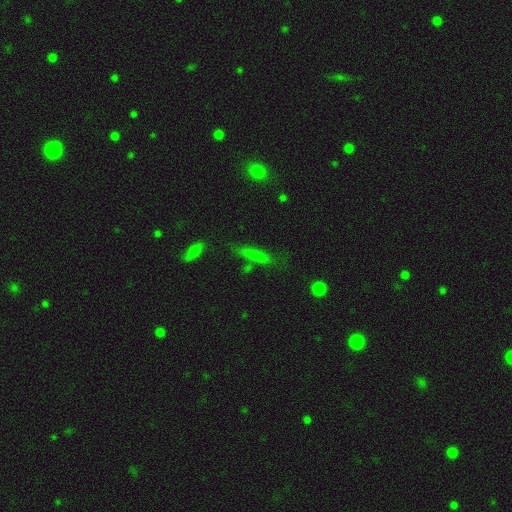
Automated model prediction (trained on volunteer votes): Smooth or featured?
  - smooth: 71% *
  - featured or disk: 17%
  - star or artifact: 13%
How rounded?
  - cigar-shaped: 80% *
  - in between: 17%
  - round: 3%
Merging?
  - none: 72% *
  - minor disturbance: 17%
  - merger: 6%
  - major disturbance: 5%